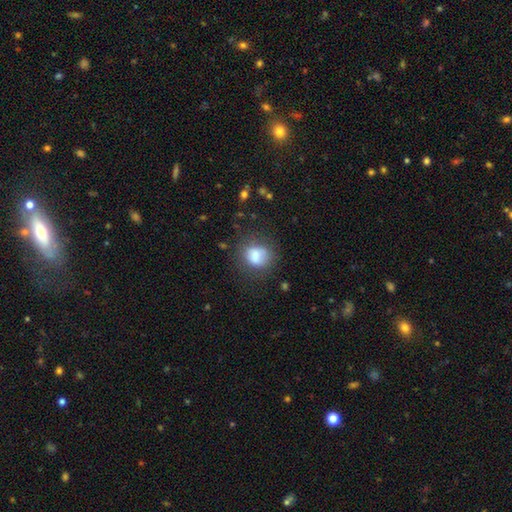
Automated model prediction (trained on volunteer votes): Q: Smooth or featured?
A: smooth (77%); runner-up: featured or disk (13%)
Q: How rounded?
A: round (64%); runner-up: in between (35%)
Q: Merging?
A: none (59%); runner-up: minor disturbance (23%)